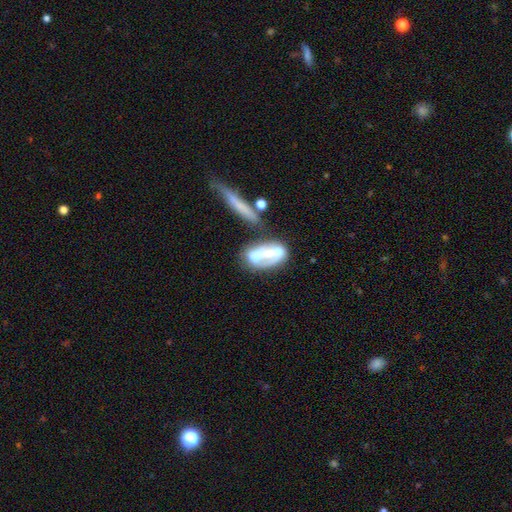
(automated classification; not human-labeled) Smooth or featured?
  - featured or disk: 55% *
  - smooth: 38%
  - star or artifact: 7%
Edge-on disk?
  - no: 90% *
  - yes: 10%
Merging?
  - none: 35% *
  - merger: 24%
  - minor disturbance: 22%
  - major disturbance: 18%